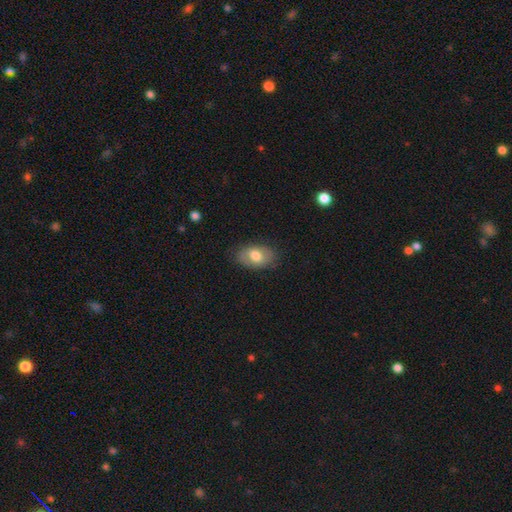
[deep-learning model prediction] This is likely a smooth galaxy (68%). How rounded: clearly in between (89%). Merging: clearly none (80%).